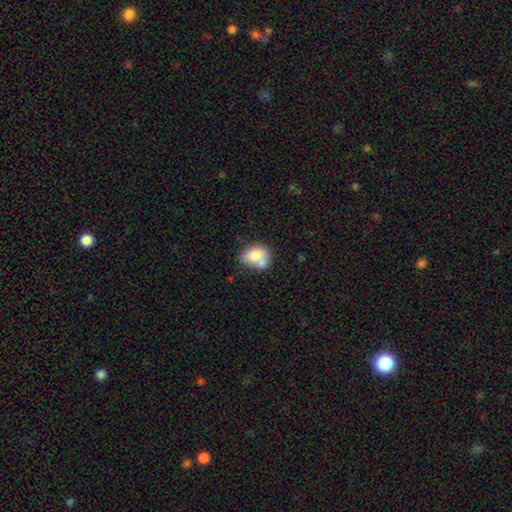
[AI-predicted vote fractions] smooth 75%, featured or disk 16%, star or artifact 8%. Down the decision tree: how rounded — in between (62%); merging — merger (39%).